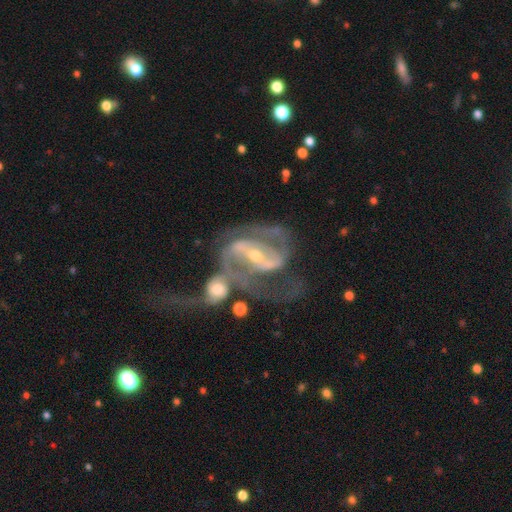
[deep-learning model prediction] Smooth or featured? Predicted: featured or disk (p=0.91). Edge-on disk? Predicted: no (p=0.97). Bar? Predicted: strong (p=0.58). Spiral arms? Predicted: yes (p=0.96). Spiral winding? Predicted: medium (p=0.52). Spiral arm count? Predicted: 2 (p=0.86). Bulge size? Predicted: small (p=0.54). Merging? Predicted: merger (p=0.48).